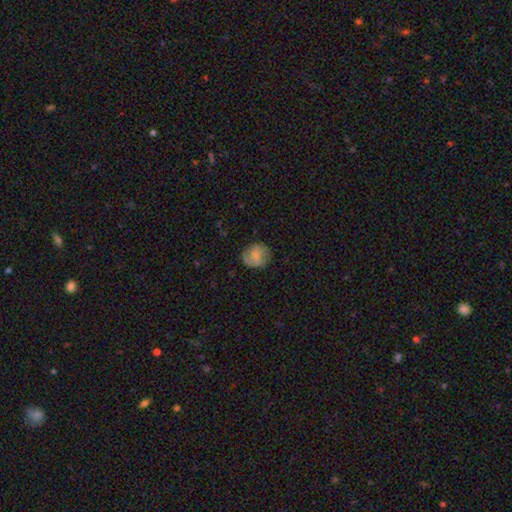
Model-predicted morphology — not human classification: A smooth galaxy with no disk features (59%) that is round (77%).

Vote fractions:
- Smooth or featured? smooth: 59% / featured or disk: 33% / star or artifact: 8%
- How rounded? round: 77% / in between: 22% / cigar-shaped: 1%
- Merging? none: 73% / minor disturbance: 19% / major disturbance: 7% / merger: 1%